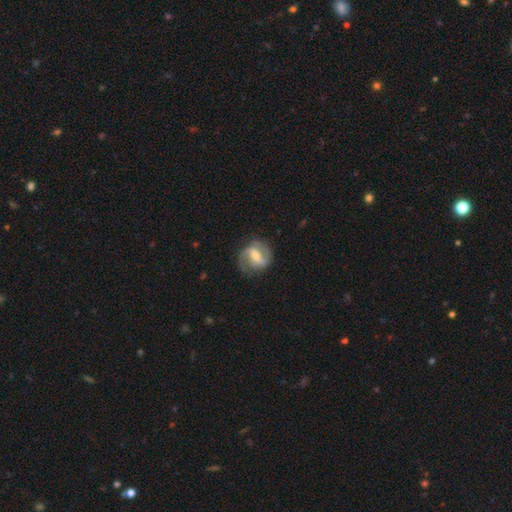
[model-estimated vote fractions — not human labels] Smooth or featured? Predicted: featured or disk (p=0.80). Edge-on disk? Predicted: no (p=0.97). Bar? Predicted: weak (p=0.42, tied with strong). Spiral arms? Predicted: yes (p=0.92). Spiral winding? Predicted: medium (p=0.48). Spiral arm count? Predicted: 2 (p=0.86). Bulge size? Predicted: moderate (p=0.51). Merging? Predicted: none (p=0.76).